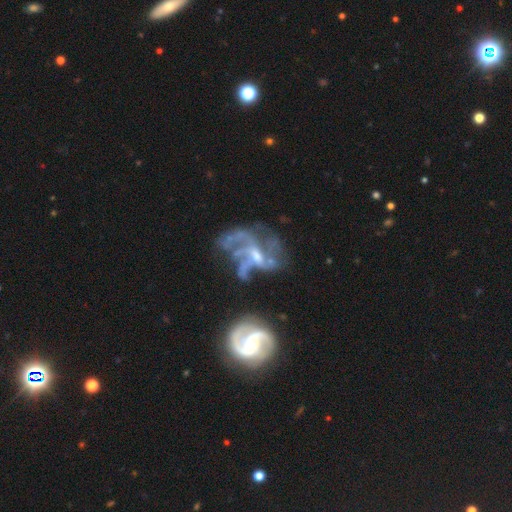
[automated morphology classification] This is clearly a featured or disk galaxy (81%). It is clearly not viewed edge-on (97%). Bar: possibly no (48%). Spiral arm pattern: clearly yes (82%). Spiral arm count: marginally can't tell (28%). Spiral winding: marginally loose (45%). Central bulge: marginally small (45%). Merging: marginally major disturbance (36%).